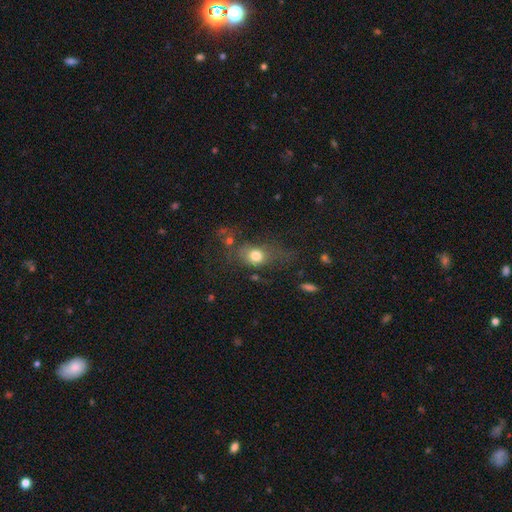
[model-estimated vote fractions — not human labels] Overall: smooth (73%). How rounded: in between (51%; round 45%). Merging: none (48%; major disturbance 24%).